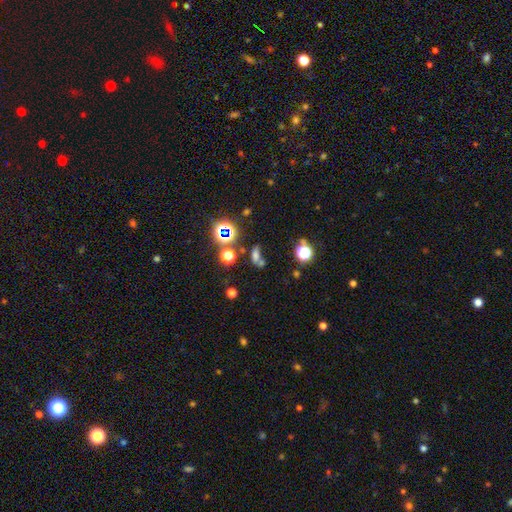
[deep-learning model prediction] This appears to be a smooth galaxy with no disk features (50%). Merging: none (40%).